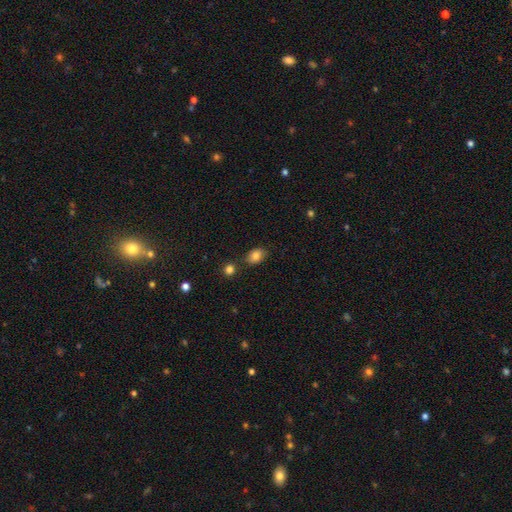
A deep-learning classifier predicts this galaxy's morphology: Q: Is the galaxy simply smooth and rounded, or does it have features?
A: smooth — 82%.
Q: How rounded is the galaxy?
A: in between — 74%.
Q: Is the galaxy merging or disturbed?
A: none — 78%.